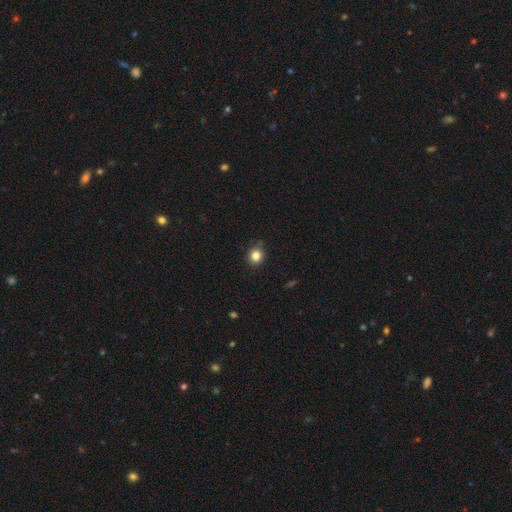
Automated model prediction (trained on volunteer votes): Overall: smooth (83%). How rounded: round (83%). Merging: none (84%).